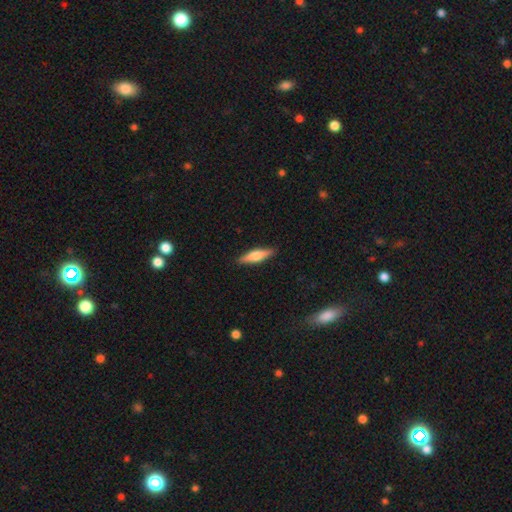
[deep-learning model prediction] smooth 58%, featured or disk 37%, star or artifact 6%. Down the decision tree: how rounded — cigar-shaped (70%); merging — none (89%).